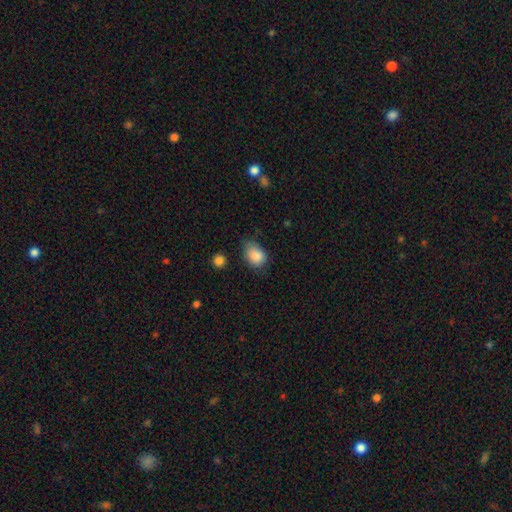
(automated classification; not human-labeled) Morphology: type=smooth (87%); roundness=in between (66%); merging=none (56%).